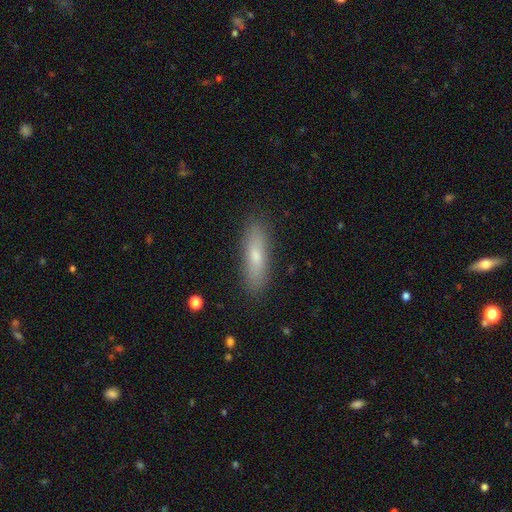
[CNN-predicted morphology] A smooth galaxy with no disk features (67%) that is cigar-shaped (66%).

Vote fractions:
- Smooth or featured? smooth: 67% / featured or disk: 25% / star or artifact: 8%
- How rounded? cigar-shaped: 66% / in between: 31% / round: 2%
- Merging? none: 88% / minor disturbance: 9% / major disturbance: 2% / merger: 1%